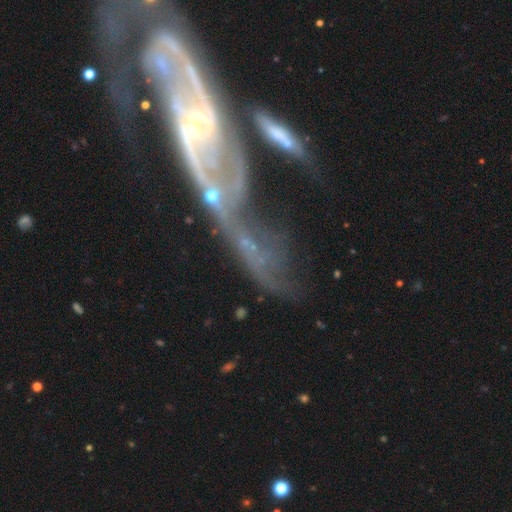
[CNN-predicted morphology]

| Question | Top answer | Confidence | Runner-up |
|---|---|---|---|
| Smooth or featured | featured or disk | 64% | smooth (19%) |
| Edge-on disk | no | 76% | yes (24%) |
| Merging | merger | 37% | major disturbance (27%) |